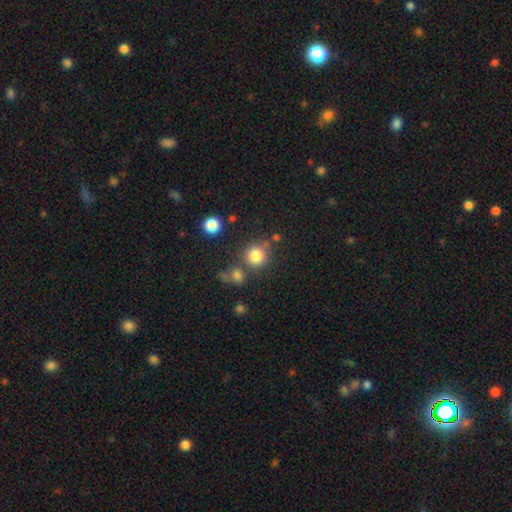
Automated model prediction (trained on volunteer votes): smooth-or-featured: smooth: 81% | star or artifact: 12% | featured or disk: 6%
  how-rounded: round: 92% | in between: 7% | cigar-shaped: 1%
  merging: none: 71% | merger: 14% | minor disturbance: 10% | major disturbance: 5%